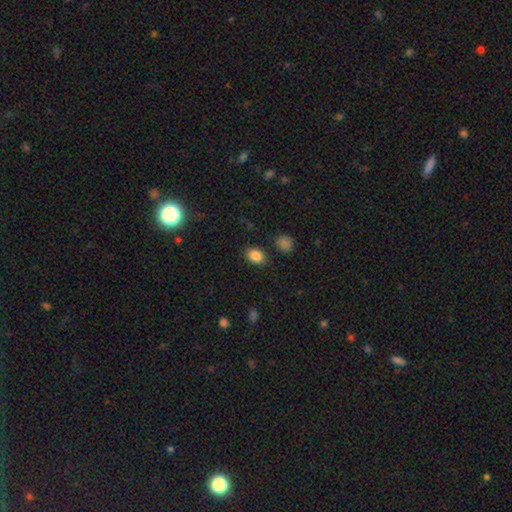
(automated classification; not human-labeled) A smooth galaxy with no disk features (85%) that is in between round and cigar-shaped (68%). Merging: none (85%).